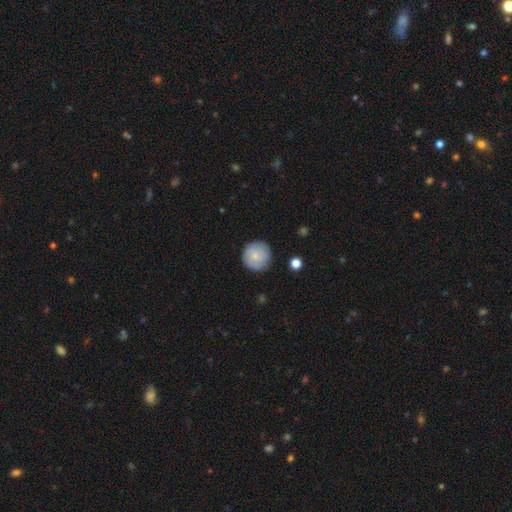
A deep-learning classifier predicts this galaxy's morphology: Smooth or featured: smooth — 72% (featured or disk — 21%)
How rounded: round — 94% (in between — 5%)
Merging: none — 86% (minor disturbance — 11%)